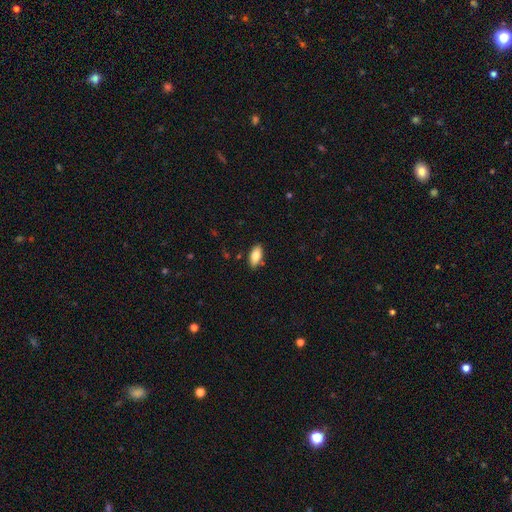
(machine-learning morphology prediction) type=smooth (81%); roundness=in between (91%); merging=none (85%).